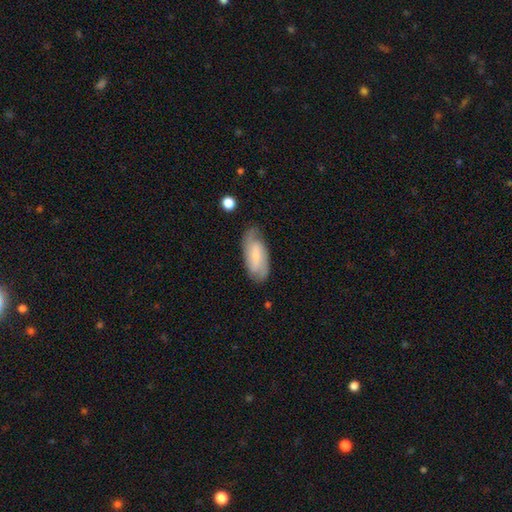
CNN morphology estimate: The model was most divided on "bar": weak: 44%, no: 35%, strong: 21%. More confident: edge-on disk — no (91%); spiral arms — yes (89%); merging — none (75%); bulge size — small (62%); smooth or featured — featured or disk (59%).